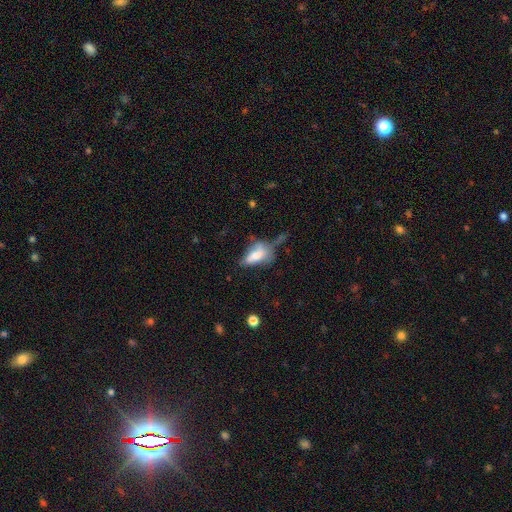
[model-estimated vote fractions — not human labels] Smooth or featured: smooth — 62% (featured or disk — 27%)
How rounded: in between — 86% (cigar-shaped — 9%)
Merging: major disturbance — 37% (minor disturbance — 25%)